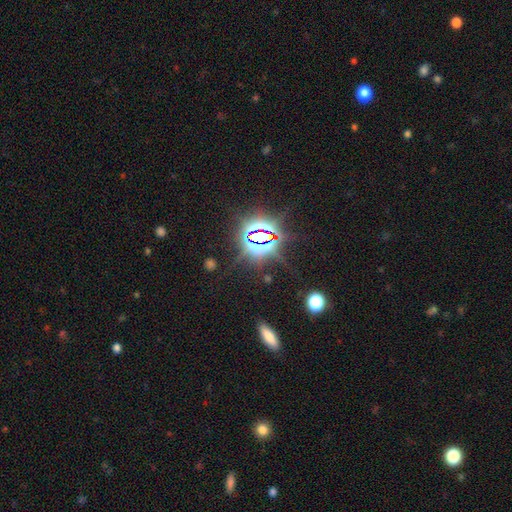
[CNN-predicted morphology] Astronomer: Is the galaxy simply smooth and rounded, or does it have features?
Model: star or artifact — 78%.